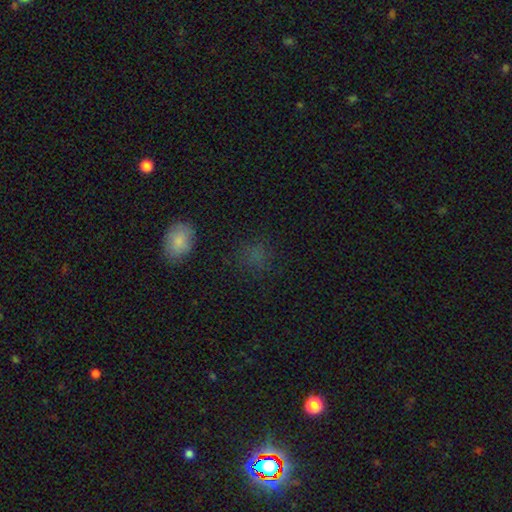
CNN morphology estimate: Overall: smooth (67%). How rounded: round (74%). Merging: none (75%).